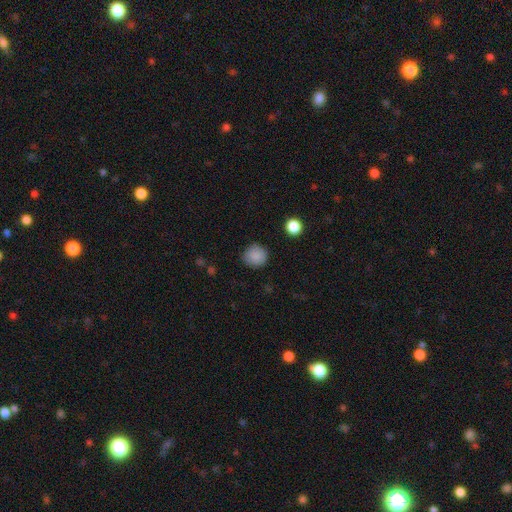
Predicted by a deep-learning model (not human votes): Smooth or featured? smooth (87%)
How rounded? round (91%)
Merging? none (85%)